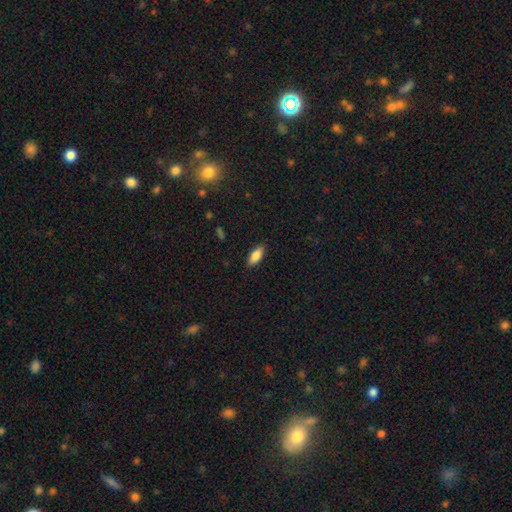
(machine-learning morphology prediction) A smooth galaxy with no disk features (83%) that is in between round and cigar-shaped (80%).

Vote fractions:
- Smooth or featured? smooth: 83% / featured or disk: 10% / star or artifact: 7%
- How rounded? in between: 80% / cigar-shaped: 17% / round: 2%
- Merging? none: 87% / minor disturbance: 10% / major disturbance: 2% / merger: 1%